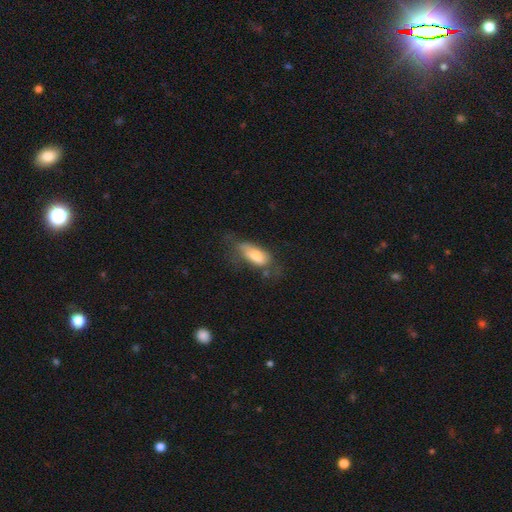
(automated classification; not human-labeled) The model was most divided on "merging": none: 38%, minor disturbance: 32%, major disturbance: 26%, merger: 4%. More confident: how rounded — in between (81%); smooth or featured — smooth (68%).